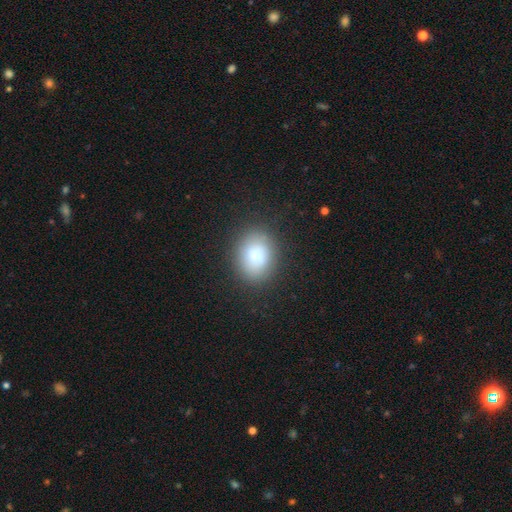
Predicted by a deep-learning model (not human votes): smooth_or_featured: smooth (p=0.76) [alt: featured or disk p=0.14]
how_rounded: round (p=0.51) [alt: in between p=0.48]
merging: none (p=0.82) [alt: minor disturbance p=0.12]